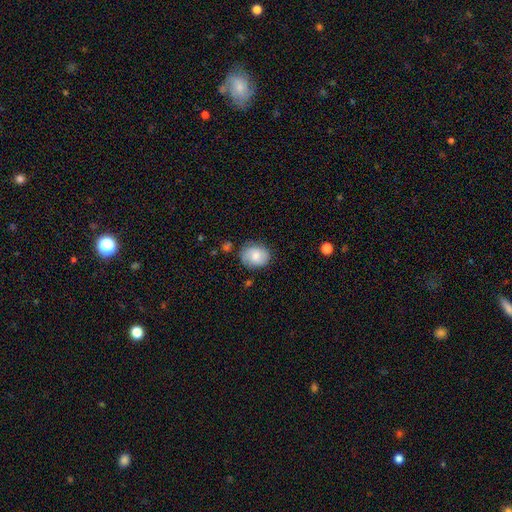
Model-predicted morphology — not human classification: This appears to be a smooth galaxy with no disk features (69%) that is round (60%). Merging: none (75%).